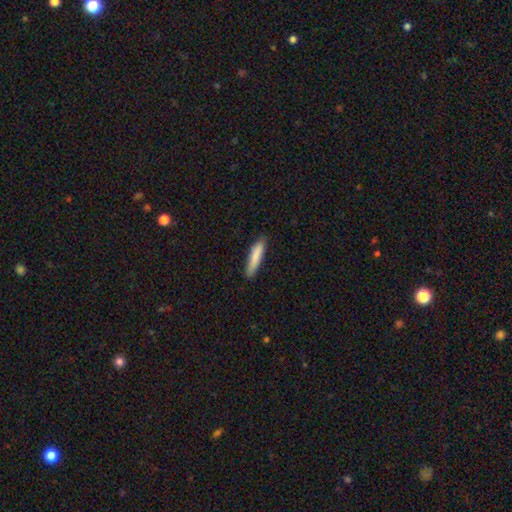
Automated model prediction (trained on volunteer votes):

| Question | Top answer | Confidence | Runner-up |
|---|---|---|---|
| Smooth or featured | smooth | 84% | featured or disk (11%) |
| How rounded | cigar-shaped | 84% | in between (14%) |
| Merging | none | 84% | minor disturbance (13%) |